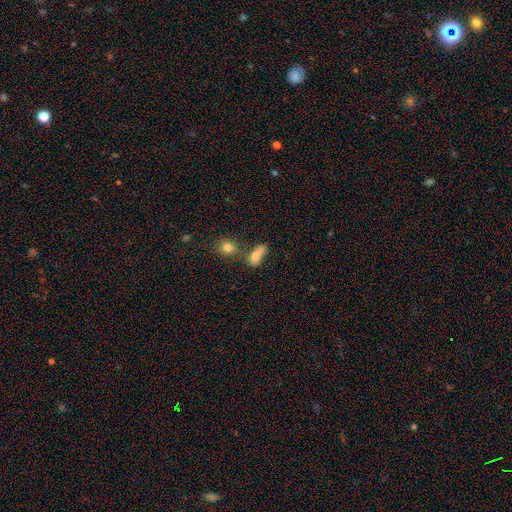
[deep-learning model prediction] smooth 74%, featured or disk 15%, star or artifact 11%. Down the decision tree: how rounded — in between (76%); merging — none (39%).